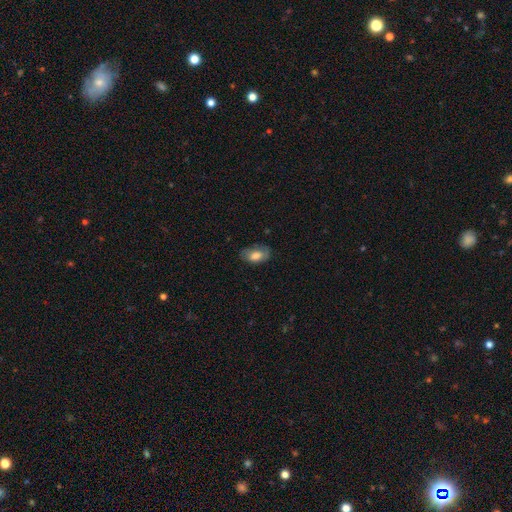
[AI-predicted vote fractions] Q: Smooth or featured?
A: smooth (70%); runner-up: featured or disk (23%)
Q: How rounded?
A: in between (91%); runner-up: round (7%)
Q: Merging?
A: none (63%); runner-up: minor disturbance (26%)